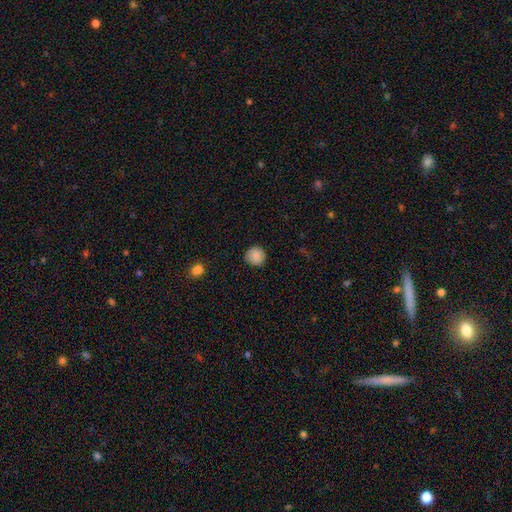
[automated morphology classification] The model was most divided on "merging": none: 86%, minor disturbance: 11%, major disturbance: 2%, merger: 1%. More confident: how rounded — round (91%); smooth or featured — smooth (87%).